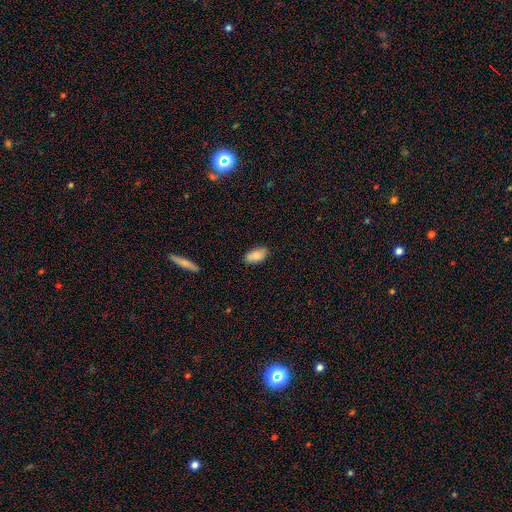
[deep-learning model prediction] Q: Smooth or featured?
A: smooth (85%); runner-up: featured or disk (8%)
Q: How rounded?
A: in between (92%); runner-up: cigar-shaped (5%)
Q: Merging?
A: none (82%); runner-up: minor disturbance (14%)